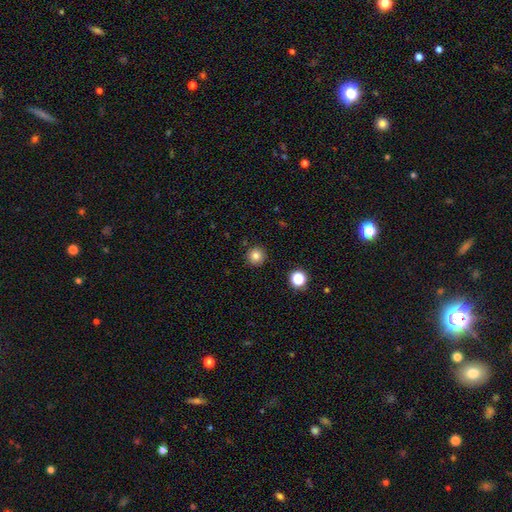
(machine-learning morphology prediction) smooth-or-featured: smooth: 81% | star or artifact: 13% | featured or disk: 6%
  how-rounded: round: 95% | in between: 4% | cigar-shaped: 1%
  merging: none: 90% | minor disturbance: 6% | merger: 2% | major disturbance: 2%